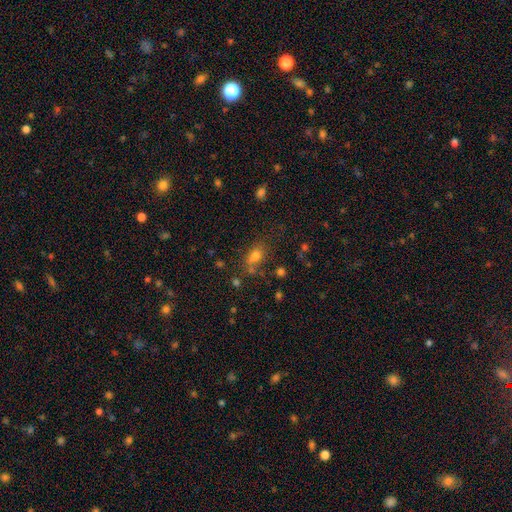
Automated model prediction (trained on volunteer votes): smooth_or_featured: smooth (p=0.73) [alt: star or artifact p=0.17]
how_rounded: in between (p=0.62) [alt: round p=0.35]
merging: none (p=0.58) [alt: minor disturbance p=0.20]